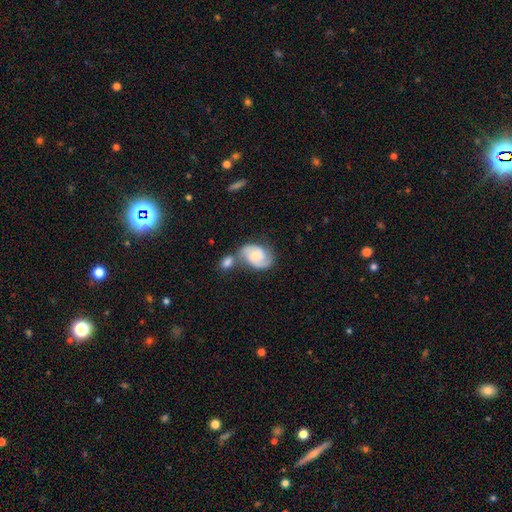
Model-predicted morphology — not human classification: This is likely a featured or disk galaxy (69%). It is clearly not viewed edge-on (97%). Bar: likely no (63%). Spiral arm pattern: clearly yes (92%). Spiral arm count: clearly 2 (82%). Spiral winding: possibly medium (46%). Central bulge: possibly moderate (47%). Merging: marginally merger (41%).